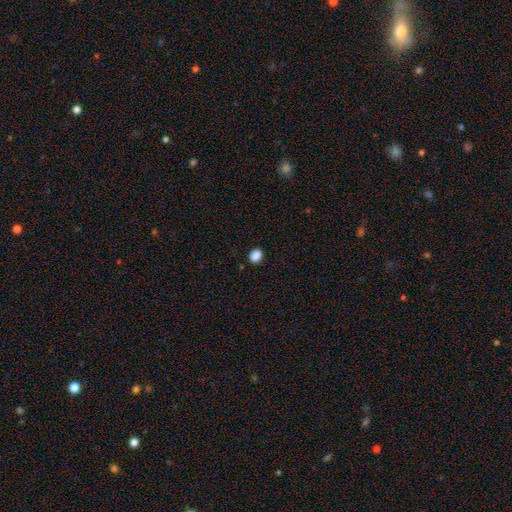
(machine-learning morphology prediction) This appears to be a smooth galaxy with no disk features (87%) that is in between round and cigar-shaped (55%). Merging: none (89%).